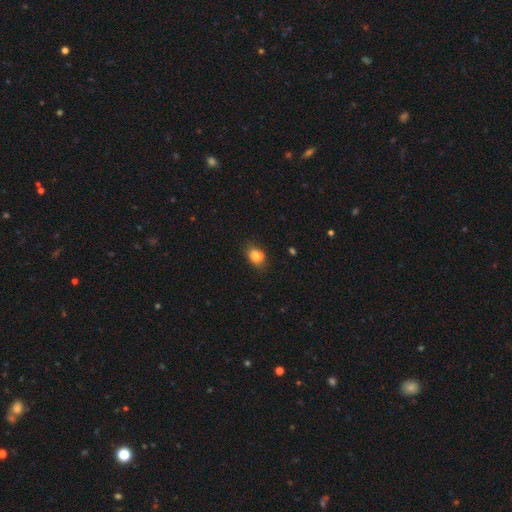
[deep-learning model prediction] smooth_or_featured: smooth (p=0.79) [alt: featured or disk p=0.11]
how_rounded: in between (p=0.60) [alt: round p=0.39]
merging: none (p=0.59) [alt: minor disturbance p=0.24]